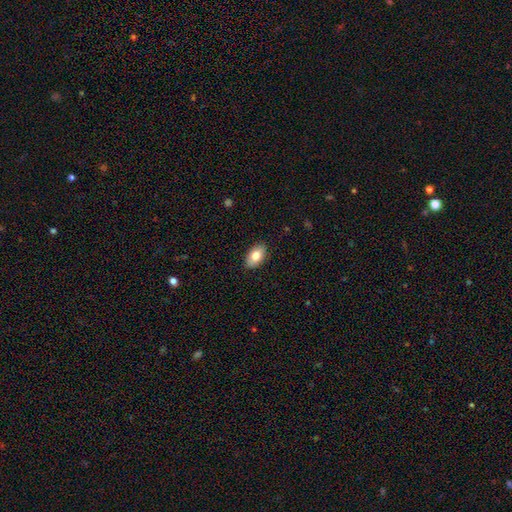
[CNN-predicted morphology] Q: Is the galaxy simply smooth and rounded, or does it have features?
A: smooth — 79%.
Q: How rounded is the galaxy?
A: in between — 92%.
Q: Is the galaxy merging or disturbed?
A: none — 88%.